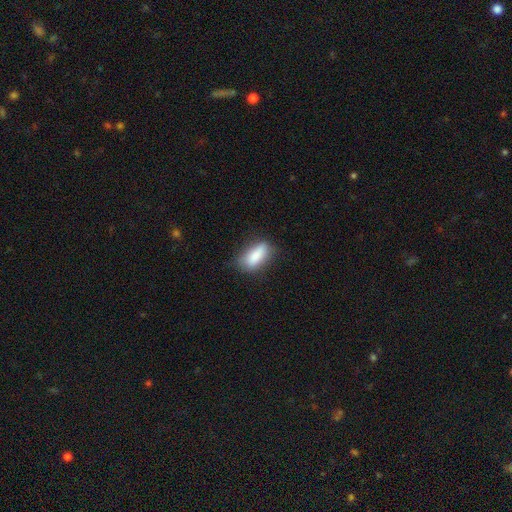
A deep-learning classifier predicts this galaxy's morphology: smooth-or-featured: smooth: 83% | featured or disk: 10% | star or artifact: 7%
  how-rounded: in between: 75% | cigar-shaped: 22% | round: 3%
  merging: none: 71% | minor disturbance: 22% | major disturbance: 6% | merger: 2%